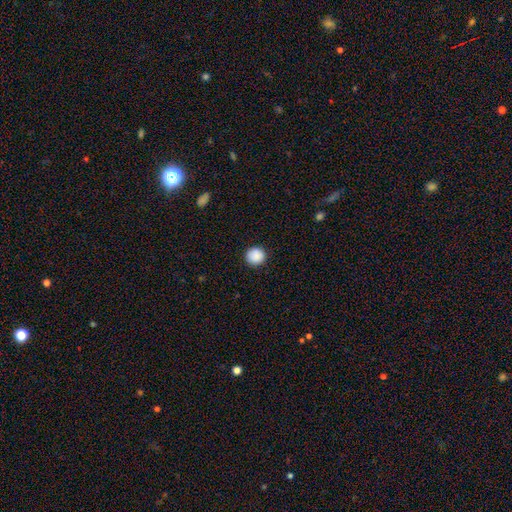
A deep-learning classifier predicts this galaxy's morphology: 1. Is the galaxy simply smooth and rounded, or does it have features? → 89% smooth, 8% star or artifact, 3% featured or disk.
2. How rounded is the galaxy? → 94% round, 5% in between, 1% cigar-shaped.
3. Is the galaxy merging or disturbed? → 91% none, 6% minor disturbance, 2% major disturbance, 1% merger.